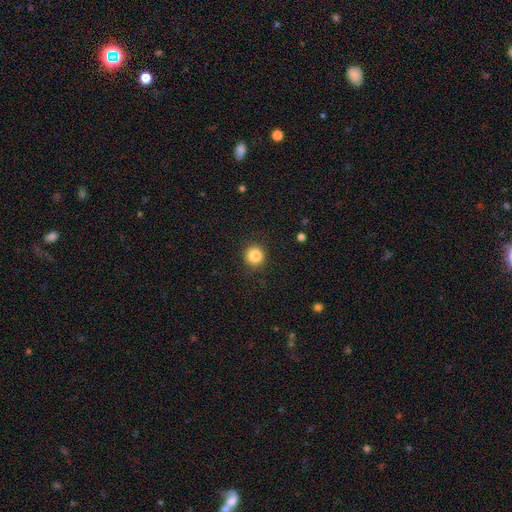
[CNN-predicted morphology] The model was most divided on "smooth or featured": smooth: 83%, star or artifact: 11%, featured or disk: 6%. More confident: how rounded — round (93%); merging — none (91%).